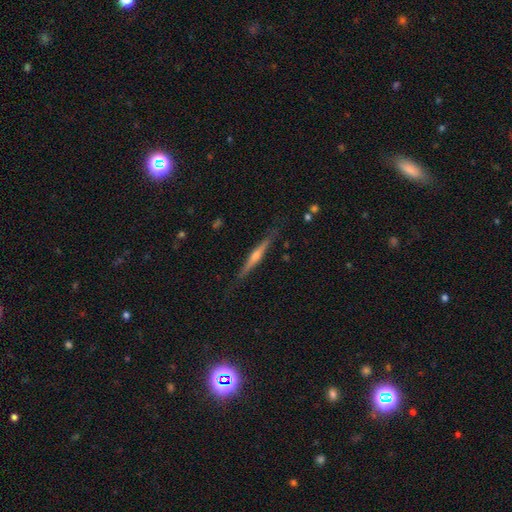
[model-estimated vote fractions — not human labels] The model was most divided on "smooth or featured": featured or disk: 75%, smooth: 18%, star or artifact: 7%. More confident: edge-on disk — yes (98%); merging — none (87%); edge-on bulge — rounded (84%).